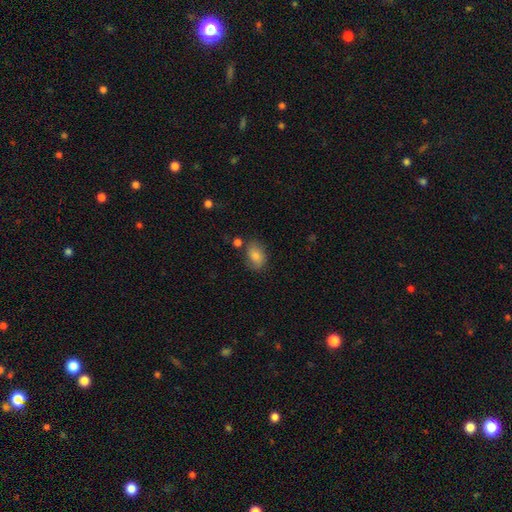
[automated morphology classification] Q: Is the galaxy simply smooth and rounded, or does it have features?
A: smooth — 79%.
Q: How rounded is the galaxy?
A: in between — 79%.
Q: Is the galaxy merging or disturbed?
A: none — 68%.